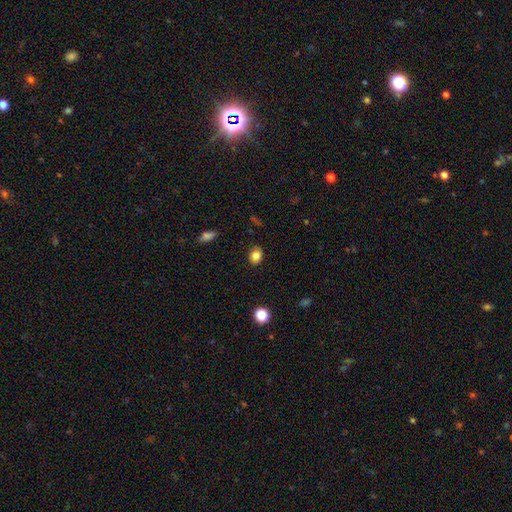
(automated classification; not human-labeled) This appears to be a smooth galaxy with no disk features (84%) that is in between round and cigar-shaped (50%). Merging: none (87%).